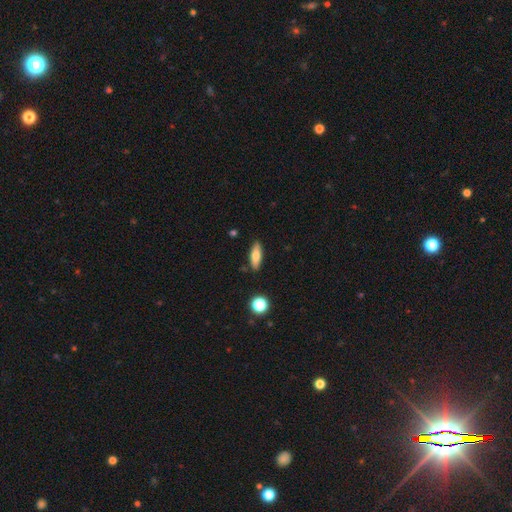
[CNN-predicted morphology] This appears to be a smooth galaxy with no disk features (73%) that is in between round and cigar-shaped (58%). Merging: none (86%).